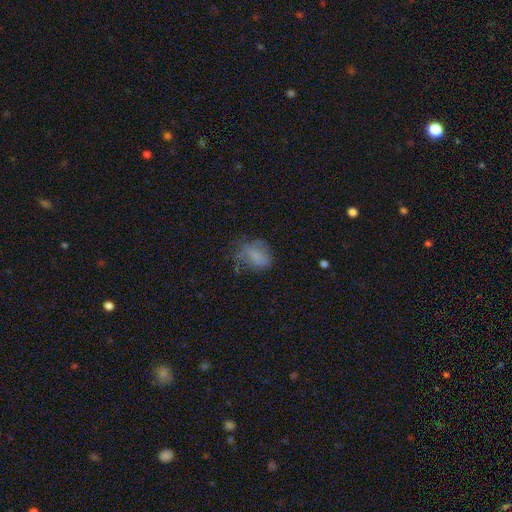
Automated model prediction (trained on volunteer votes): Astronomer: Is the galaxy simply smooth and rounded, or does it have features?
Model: smooth — 64%.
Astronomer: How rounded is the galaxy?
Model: in between — 68%.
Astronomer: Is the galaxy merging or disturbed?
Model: none — 40% (runner-up: minor disturbance, 29%).